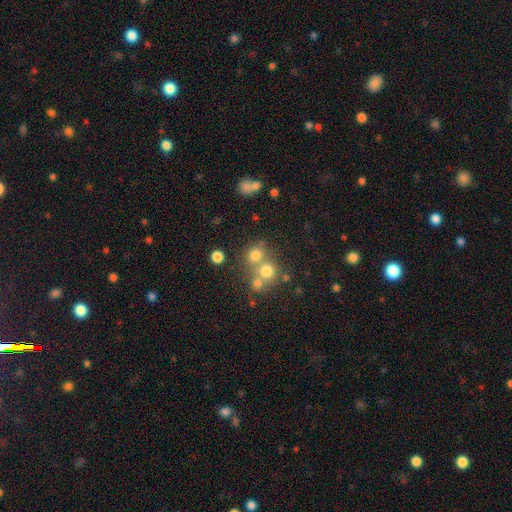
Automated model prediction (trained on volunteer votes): smooth-or-featured: smooth: 56% | star or artifact: 24% | featured or disk: 20%
  how-rounded: round: 82% | in between: 17% | cigar-shaped: 1%
  merging: merger: 47% | none: 42% | minor disturbance: 7% | major disturbance: 4%